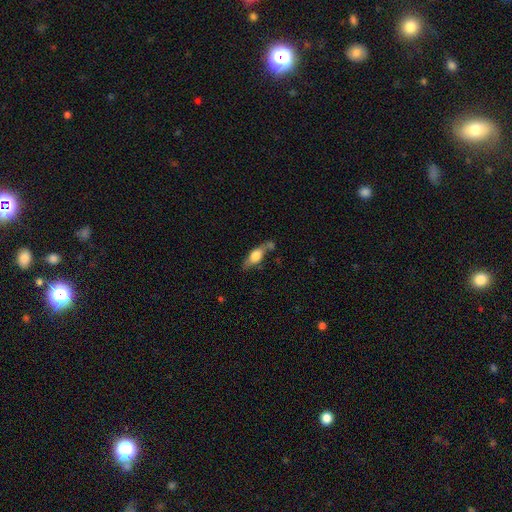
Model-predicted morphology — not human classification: A smooth galaxy with no disk features (54%) that is in between round and cigar-shaped (60%).

Vote fractions:
- Smooth or featured? smooth: 54% / featured or disk: 39% / star or artifact: 7%
- How rounded? in between: 60% / cigar-shaped: 35% / round: 5%
- Merging? none: 52% / minor disturbance: 23% / merger: 16% / major disturbance: 9%